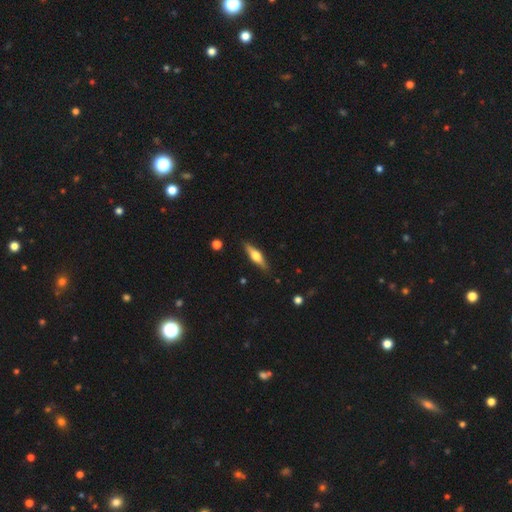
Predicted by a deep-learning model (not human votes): Smooth or featured?
  - featured or disk: 53% *
  - smooth: 41%
  - star or artifact: 6%
Edge-on disk?
  - yes: 94% *
  - no: 6%
Edge-on bulge?
  - rounded: 92% *
  - boxy: 6%
  - none: 3%
Merging?
  - none: 86% *
  - minor disturbance: 10%
  - major disturbance: 2%
  - merger: 1%